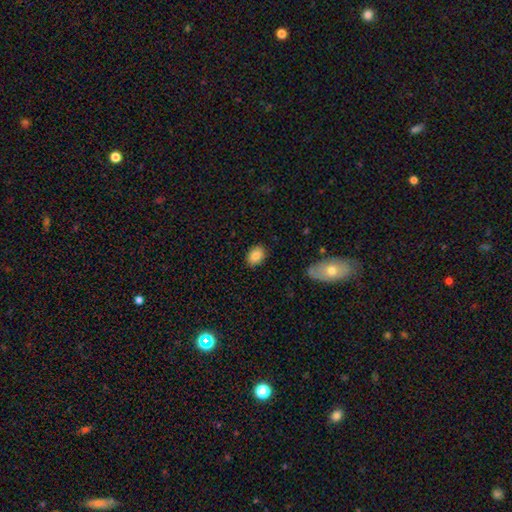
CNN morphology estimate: Smooth or featured?
  - smooth: 85% *
  - star or artifact: 8%
  - featured or disk: 7%
How rounded?
  - in between: 73% *
  - round: 26%
  - cigar-shaped: 1%
Merging?
  - none: 86% *
  - minor disturbance: 10%
  - major disturbance: 2%
  - merger: 1%